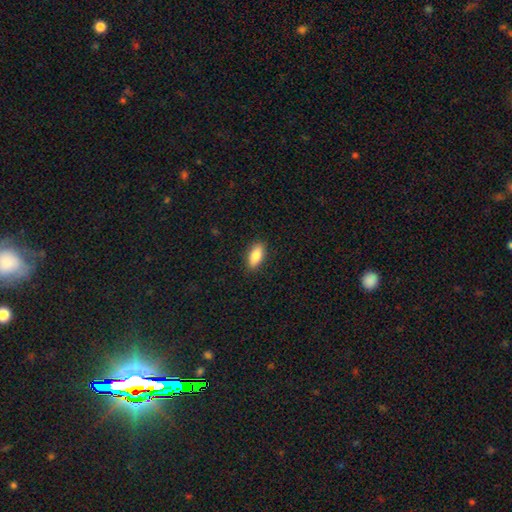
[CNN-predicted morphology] Smooth or featured: smooth — 86% (featured or disk — 8%)
How rounded: in between — 86% (cigar-shaped — 12%)
Merging: none — 88% (minor disturbance — 9%)